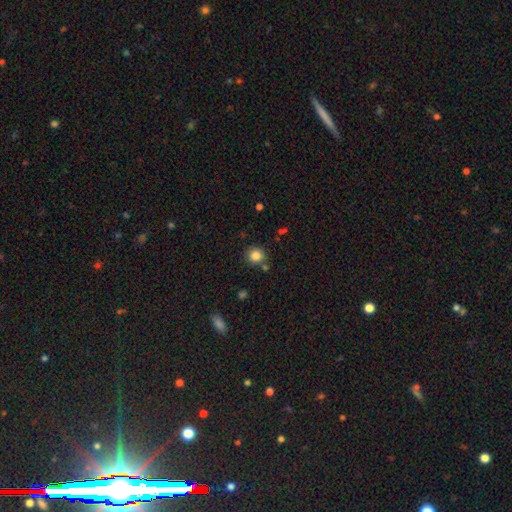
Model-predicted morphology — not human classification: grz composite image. It shows a smooth galaxy with no disk features (85%) that is round (90%). Merging: none (79%).